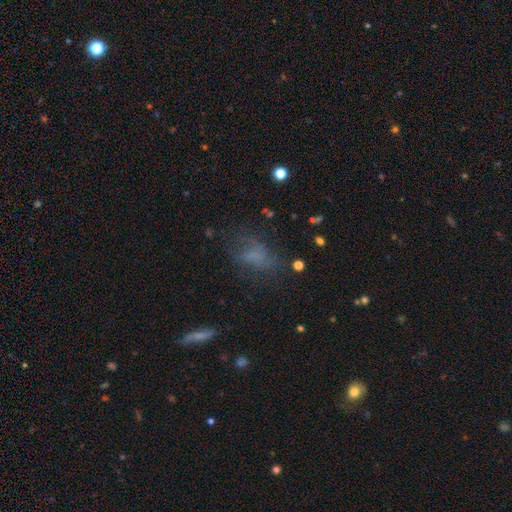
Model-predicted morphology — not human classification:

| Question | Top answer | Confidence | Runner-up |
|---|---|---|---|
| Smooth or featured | smooth | 56% | featured or disk (24%) |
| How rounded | in between | 78% | round (15%) |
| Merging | none | 51% | major disturbance (23%) |